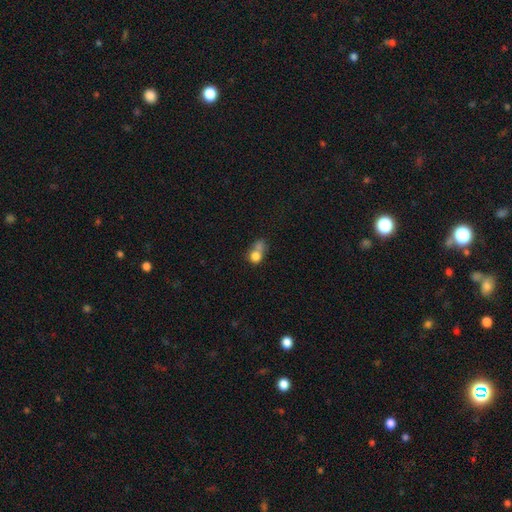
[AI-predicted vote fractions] smooth_or_featured: smooth (p=0.75) [alt: featured or disk p=0.14]
how_rounded: round (p=0.65) [alt: in between p=0.33]
merging: merger (p=0.51) [alt: none p=0.27]